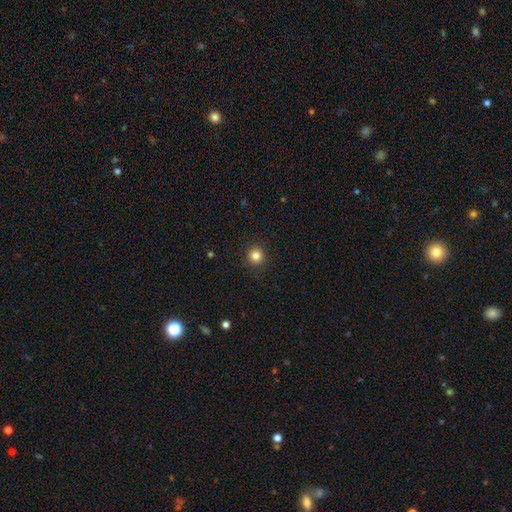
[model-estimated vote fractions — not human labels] Q: Smooth or featured?
A: smooth (83%); runner-up: star or artifact (12%)
Q: How rounded?
A: round (94%); runner-up: in between (5%)
Q: Merging?
A: none (92%); runner-up: minor disturbance (5%)